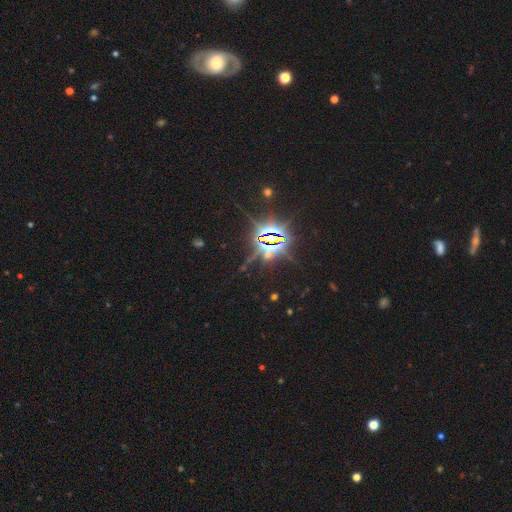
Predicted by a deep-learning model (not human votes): This appears to be a star or artifact, not a galaxy (86%).